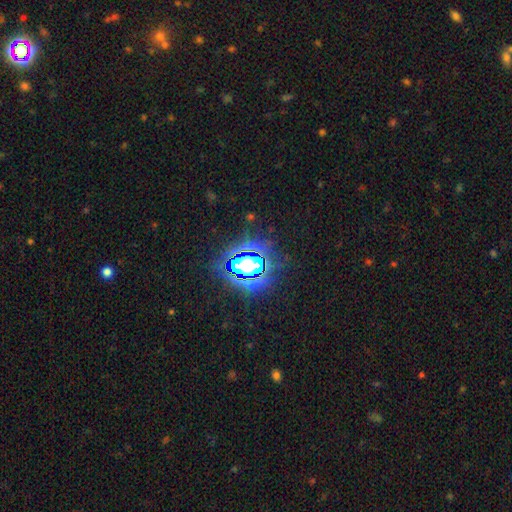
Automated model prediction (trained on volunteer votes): star or artifact 80%, smooth 13%, featured or disk 7%.